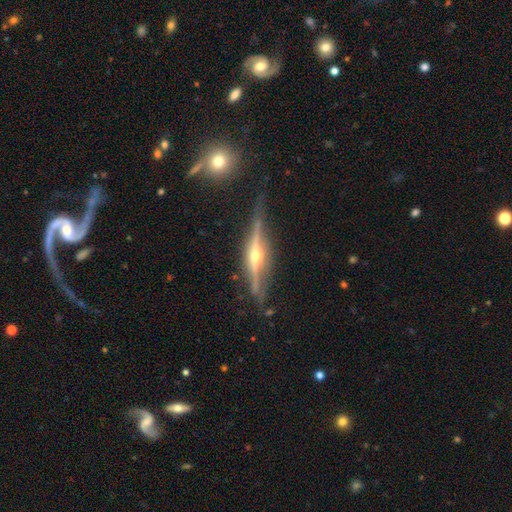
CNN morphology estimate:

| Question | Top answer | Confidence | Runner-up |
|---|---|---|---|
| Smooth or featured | featured or disk | 84% | smooth (10%) |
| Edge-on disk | yes | 96% | no (4%) |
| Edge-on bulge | rounded | 89% | boxy (6%) |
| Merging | none | 80% | minor disturbance (15%) |